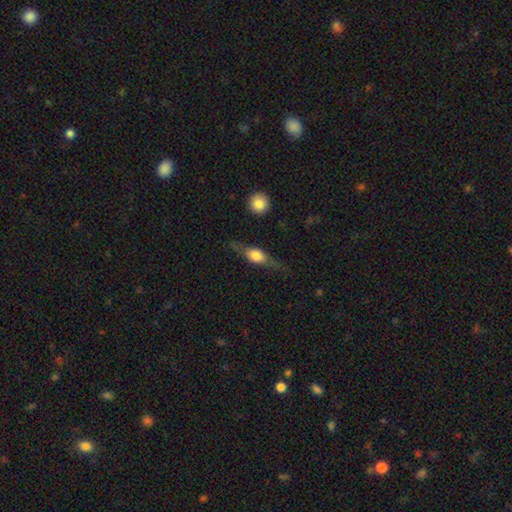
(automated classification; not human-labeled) This appears to be a featured or disk galaxy (59%) viewed edge-on (91%) with a rounded central bulge (89%). Merging: none (73%).